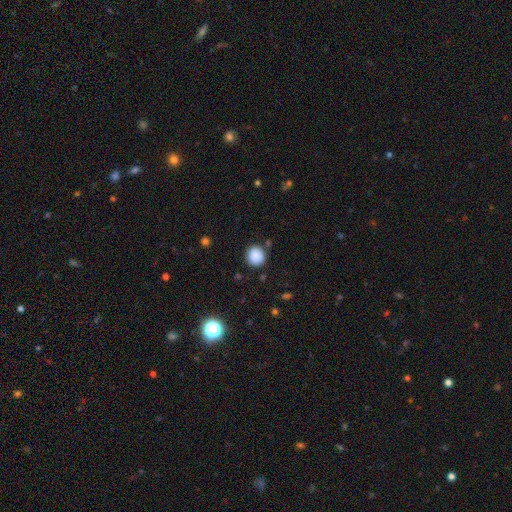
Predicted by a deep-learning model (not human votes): Smooth or featured? Predicted: smooth (p=0.87). How rounded? Predicted: round (p=0.89). Merging? Predicted: none (p=0.86).